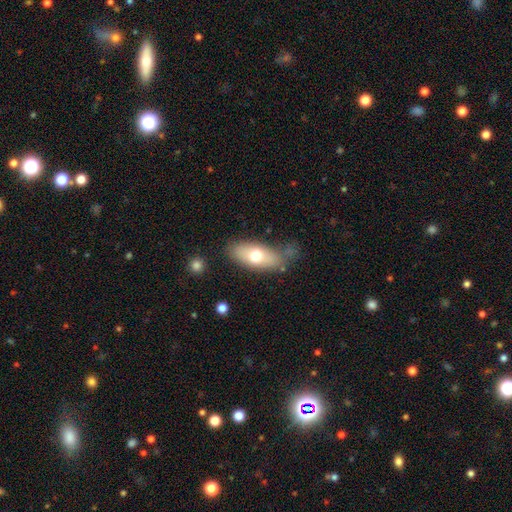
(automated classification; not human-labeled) Smooth or featured?
  - smooth: 68% *
  - featured or disk: 25%
  - star or artifact: 7%
How rounded?
  - in between: 84% *
  - cigar-shaped: 12%
  - round: 4%
Merging?
  - none: 63% *
  - minor disturbance: 23%
  - major disturbance: 9%
  - merger: 5%